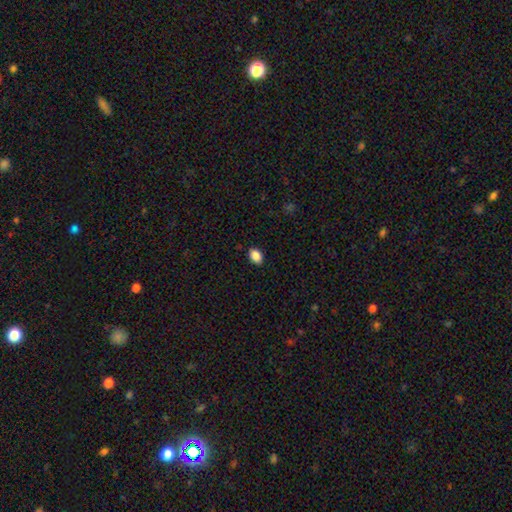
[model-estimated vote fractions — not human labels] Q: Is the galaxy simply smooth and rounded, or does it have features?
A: smooth — 88%.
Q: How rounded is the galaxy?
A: in between — 83%.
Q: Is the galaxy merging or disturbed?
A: none — 88%.